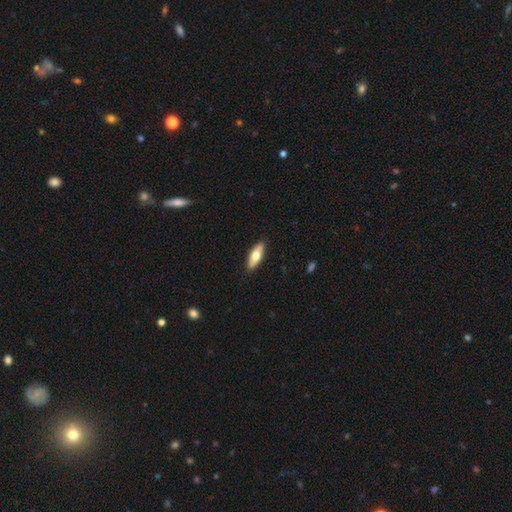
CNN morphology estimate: type=smooth (61%); roundness=in between (57%); merging=none (90%).